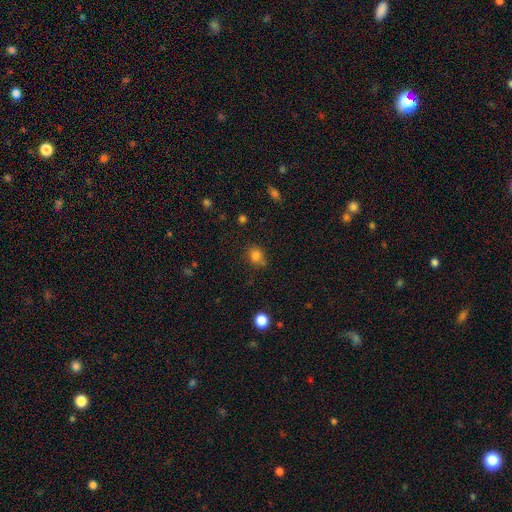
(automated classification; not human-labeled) The model was most divided on "how rounded": round: 53%, in between: 46%, cigar-shaped: 1%. More confident: smooth or featured — smooth (81%); merging — none (63%).